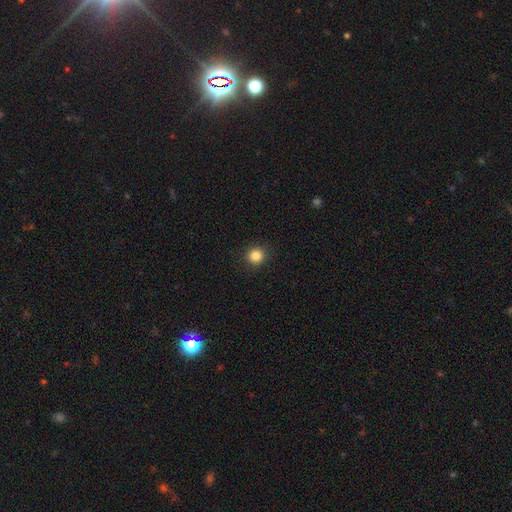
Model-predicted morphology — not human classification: smooth-or-featured: smooth: 85% | star or artifact: 11% | featured or disk: 4%
  how-rounded: round: 92% | in between: 7% | cigar-shaped: 1%
  merging: none: 91% | minor disturbance: 6% | major disturbance: 2% | merger: 1%